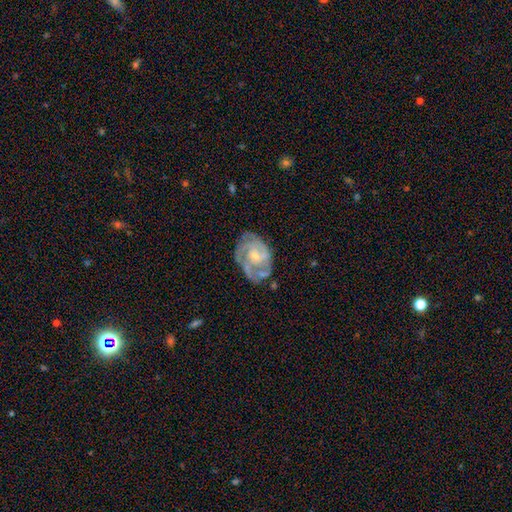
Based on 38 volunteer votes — Q: Smooth or featured?
A: featured or disk (84%); runner-up: smooth (13%)
Q: Edge-on disk?
A: no (100%)
Q: Bar?
A: no (72%); runner-up: weak (22%)
Q: Spiral arms?
A: yes (84%); runner-up: no (16%)
Q: Spiral winding?
A: tight (56%); runner-up: medium (44%)
Q: Spiral arm count?
A: 4 (33%); tied with: can't tell (33%)
Q: Bulge size?
A: moderate (50%); tied with: small (50%)
Q: Merging?
A: none (70%); runner-up: minor disturbance (19%)